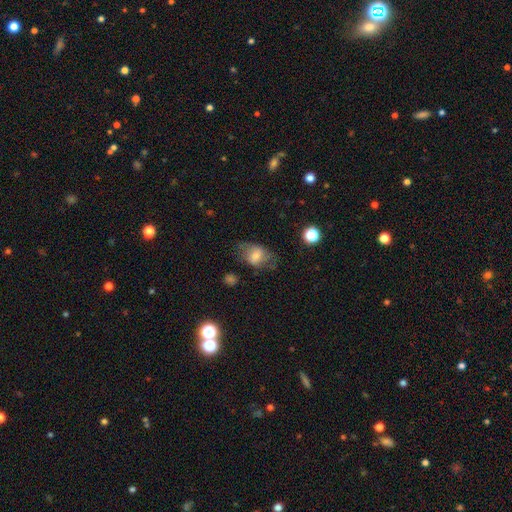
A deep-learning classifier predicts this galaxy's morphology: Overall: smooth (60%; featured or disk 31%). How rounded: in between (75%). Merging: none (58%; minor disturbance 25%).